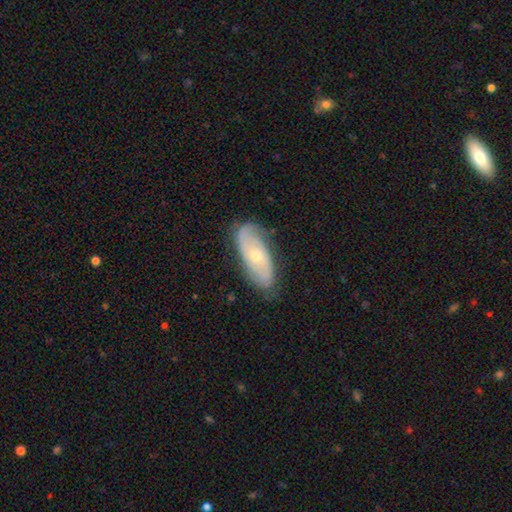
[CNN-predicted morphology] A featured or disk galaxy (65%) with no bar (79%), spiral arms (78%) and a small central bulge (61%). Merging: none (72%).